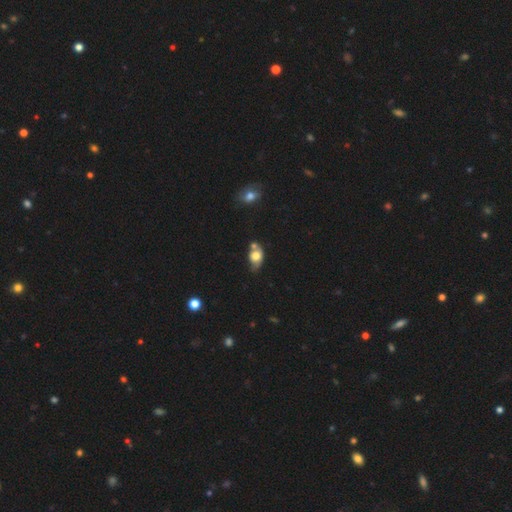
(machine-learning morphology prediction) A smooth galaxy with no disk features (68%) that is in between round and cigar-shaped (75%). Merging: none (36%).